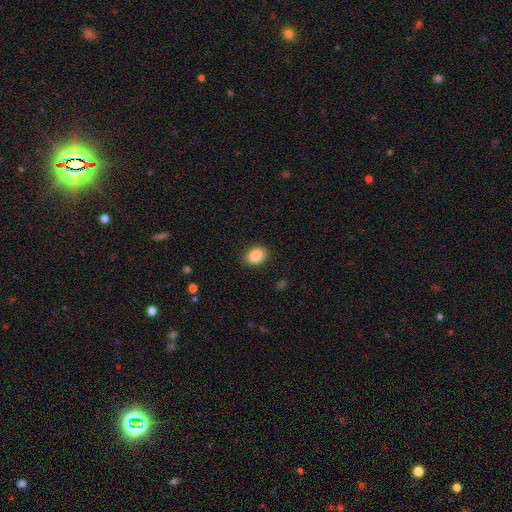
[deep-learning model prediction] Overall: smooth (88%). How rounded: in between (74%). Merging: none (85%).